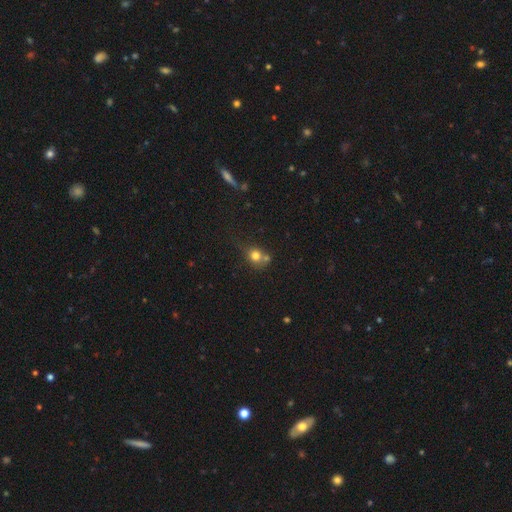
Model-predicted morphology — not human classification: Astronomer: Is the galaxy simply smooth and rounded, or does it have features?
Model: smooth — 74%.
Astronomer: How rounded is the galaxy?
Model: round — 79%.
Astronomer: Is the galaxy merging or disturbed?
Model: none — 43% (runner-up: merger, 34%).